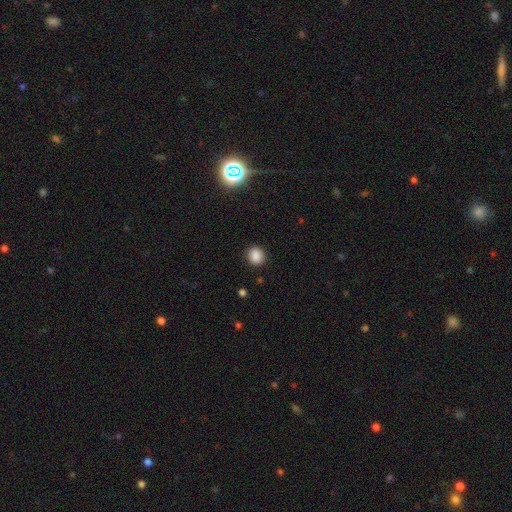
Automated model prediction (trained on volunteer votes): A smooth galaxy with no disk features (86%) that is round (73%).

Vote fractions:
- Smooth or featured? smooth: 86% / star or artifact: 11% / featured or disk: 4%
- How rounded? round: 73% / in between: 26% / cigar-shaped: 1%
- Merging? none: 90% / minor disturbance: 7% / major disturbance: 2% / merger: 1%